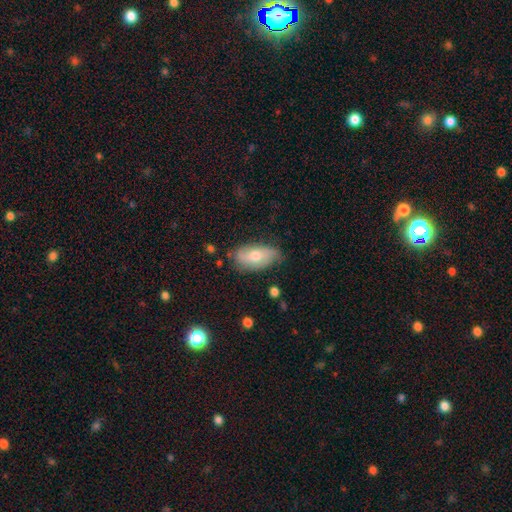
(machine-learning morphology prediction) A smooth galaxy with no disk features (56%) that is in between round and cigar-shaped (91%). Merging: none (63%).